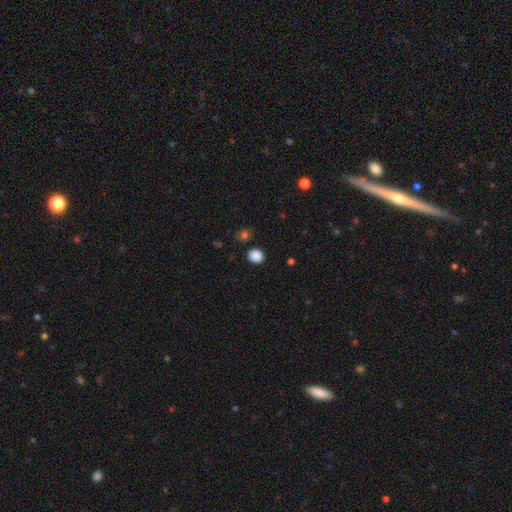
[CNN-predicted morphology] Q: Smooth or featured?
A: smooth (87%); runner-up: star or artifact (10%)
Q: How rounded?
A: round (79%); runner-up: in between (20%)
Q: Merging?
A: none (89%); runner-up: minor disturbance (7%)